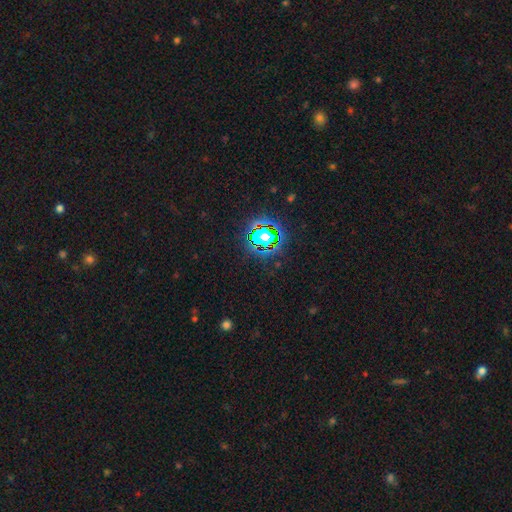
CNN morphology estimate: Overall: star or artifact (78%).